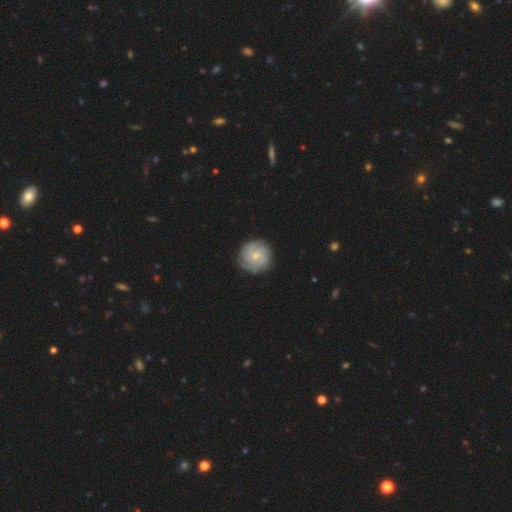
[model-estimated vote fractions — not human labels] Smooth or featured? Predicted: featured or disk (p=0.51). Edge-on disk? Predicted: no (p=0.98). Merging? Predicted: none (p=0.84).